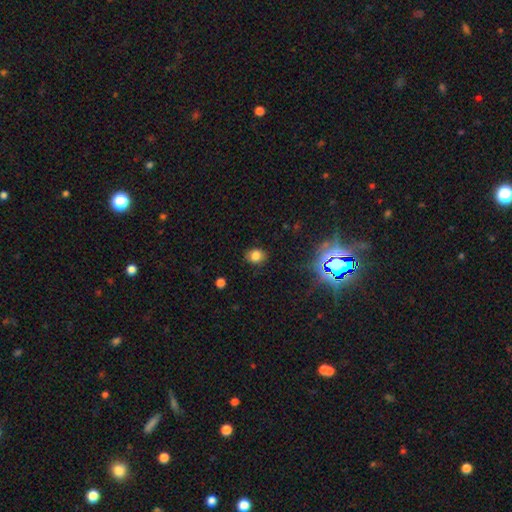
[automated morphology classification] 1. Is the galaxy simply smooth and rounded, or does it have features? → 78% smooth, 16% star or artifact, 6% featured or disk.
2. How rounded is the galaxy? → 60% round, 39% in between, 1% cigar-shaped.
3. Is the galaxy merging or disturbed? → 83% none, 12% minor disturbance, 3% major disturbance, 1% merger.